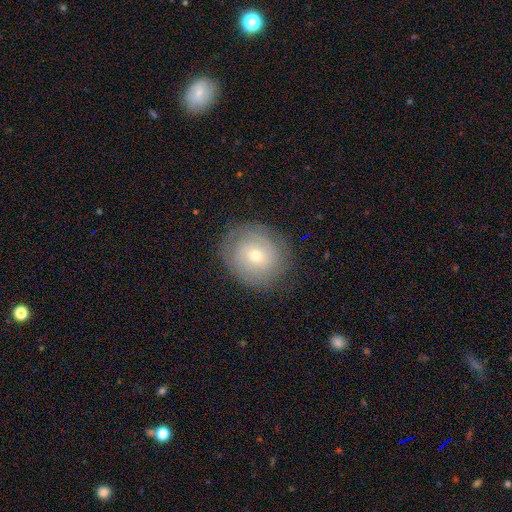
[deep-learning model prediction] The model was most divided on "smooth or featured": featured or disk: 46%, smooth: 45%, star or artifact: 10%. More confident: merging — none (81%).